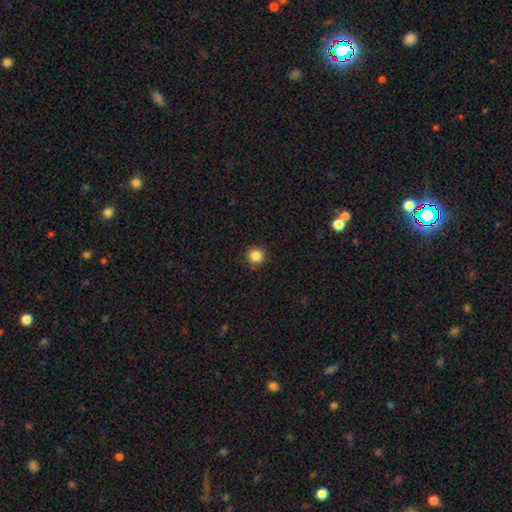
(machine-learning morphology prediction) This is clearly a smooth galaxy (86%). How rounded: clearly round (94%). Merging: clearly none (89%).